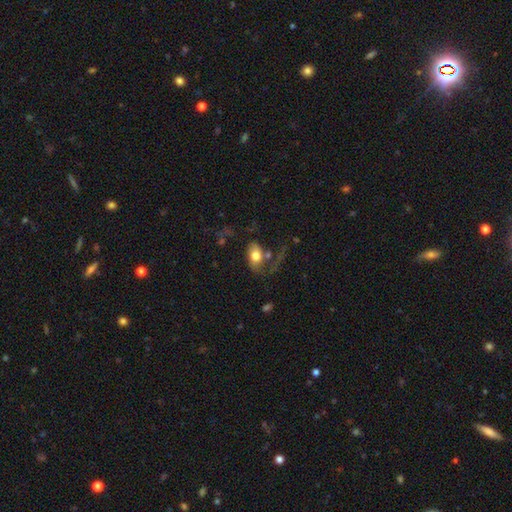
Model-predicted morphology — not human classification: Smooth or featured?
  - smooth: 65% *
  - featured or disk: 28%
  - star or artifact: 8%
How rounded?
  - in between: 85% *
  - round: 13%
  - cigar-shaped: 2%
Merging?
  - none: 34% *
  - major disturbance: 32%
  - minor disturbance: 17%
  - merger: 16%